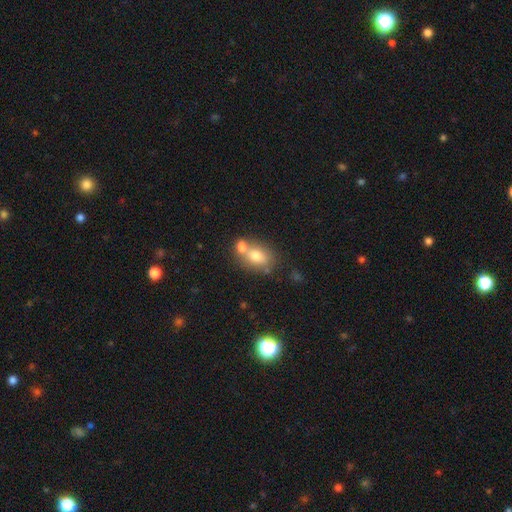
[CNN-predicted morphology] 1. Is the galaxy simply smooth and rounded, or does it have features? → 72% smooth, 18% featured or disk, 10% star or artifact.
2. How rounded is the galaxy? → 69% in between, 29% round, 2% cigar-shaped.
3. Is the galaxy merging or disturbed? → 44% merger, 41% none, 11% minor disturbance, 4% major disturbance.